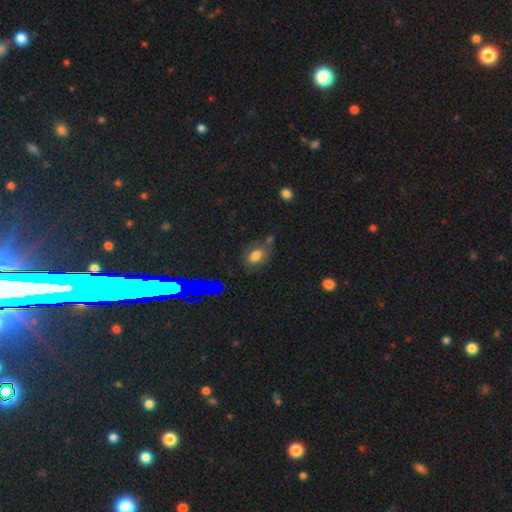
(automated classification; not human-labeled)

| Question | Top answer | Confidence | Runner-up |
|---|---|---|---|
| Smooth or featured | smooth | 65% | star or artifact (19%) |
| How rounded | in between | 68% | round (30%) |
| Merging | none | 60% | minor disturbance (22%) |